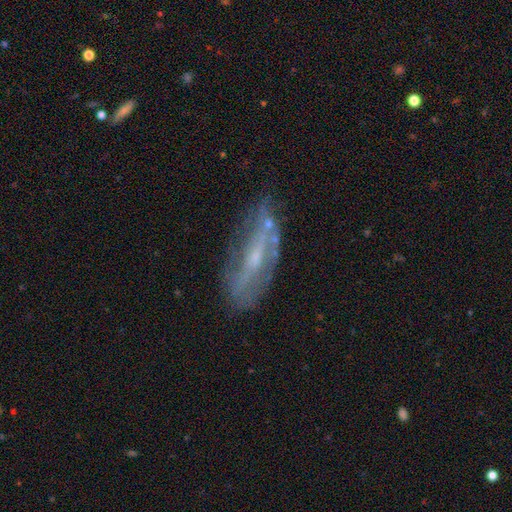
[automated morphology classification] A featured or disk galaxy (72%) with no bar (39%), spiral arms (62%) and a small central bulge (60%). Merging: none (57%).